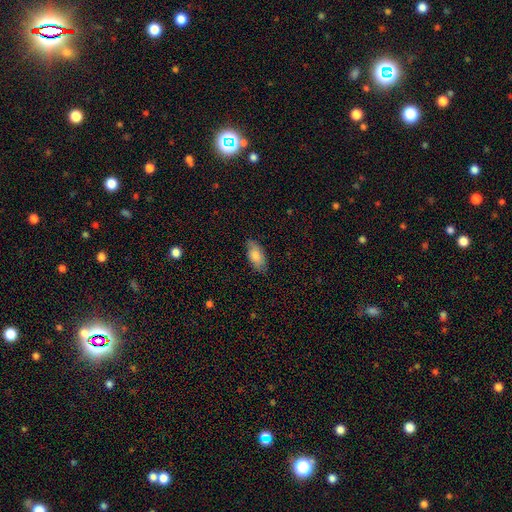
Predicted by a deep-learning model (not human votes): smooth 80%, featured or disk 13%, star or artifact 6%. Down the decision tree: how rounded — in between (91%); merging — none (81%).